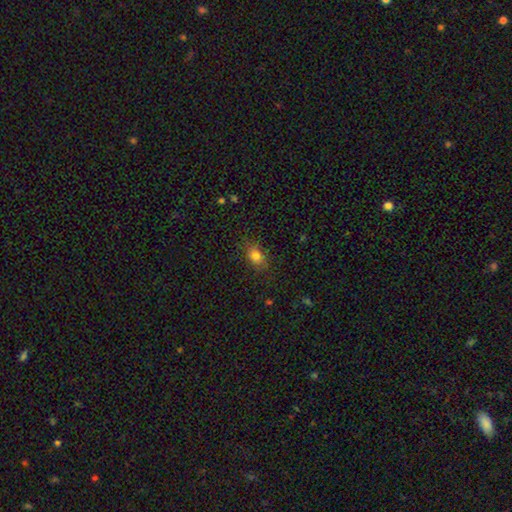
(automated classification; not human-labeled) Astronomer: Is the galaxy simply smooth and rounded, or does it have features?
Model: smooth — 80%.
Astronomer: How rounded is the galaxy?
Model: in between — 71%.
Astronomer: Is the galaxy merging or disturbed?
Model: none — 81%.